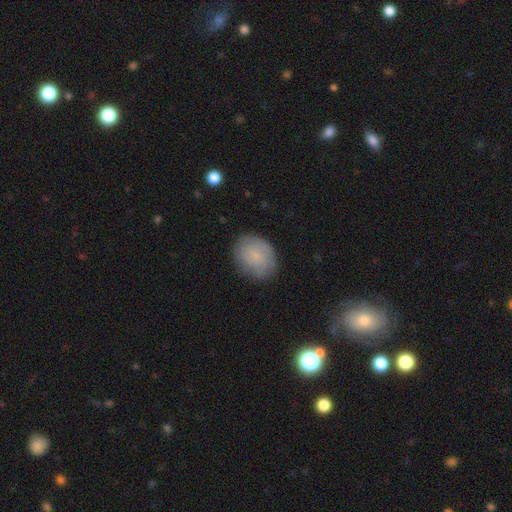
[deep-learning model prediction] This appears to be a smooth galaxy with no disk features (70%) that is in between round and cigar-shaped (55%). Merging: none (77%).